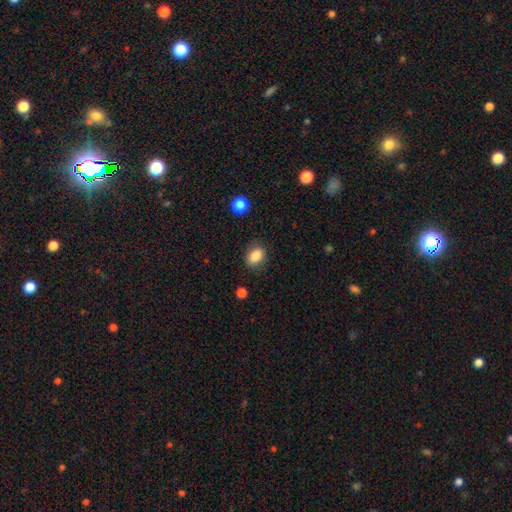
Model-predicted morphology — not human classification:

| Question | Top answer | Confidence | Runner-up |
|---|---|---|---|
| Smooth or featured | smooth | 85% | star or artifact (9%) |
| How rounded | in between | 72% | round (26%) |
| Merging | none | 81% | minor disturbance (14%) |